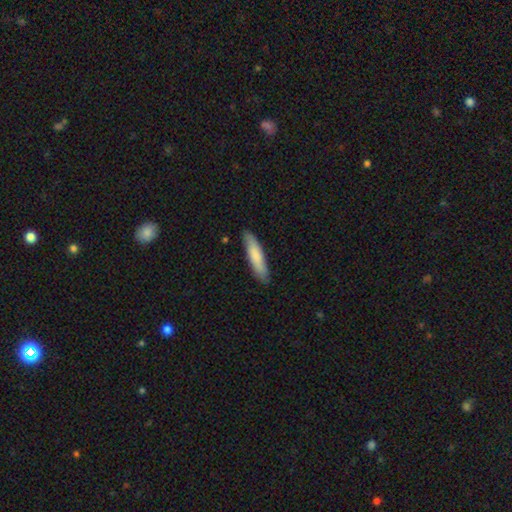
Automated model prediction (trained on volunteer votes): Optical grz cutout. It shows a smooth galaxy with no disk features (79%) that is cigar-shaped (80%). Merging: none (87%).